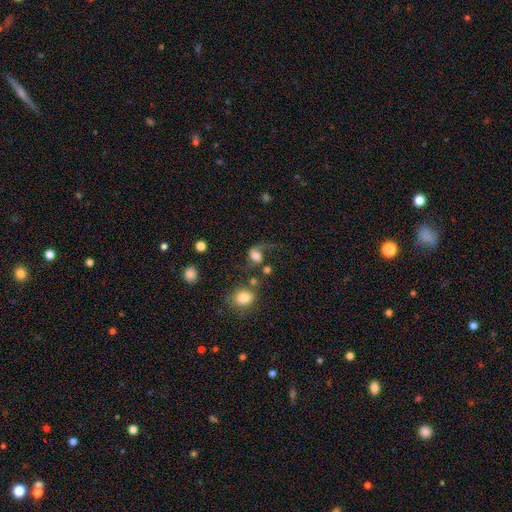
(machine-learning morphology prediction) smooth-or-featured: smooth: 45% | featured or disk: 43% | star or artifact: 12%
  merging: major disturbance: 38% | none: 32% | minor disturbance: 17% | merger: 13%